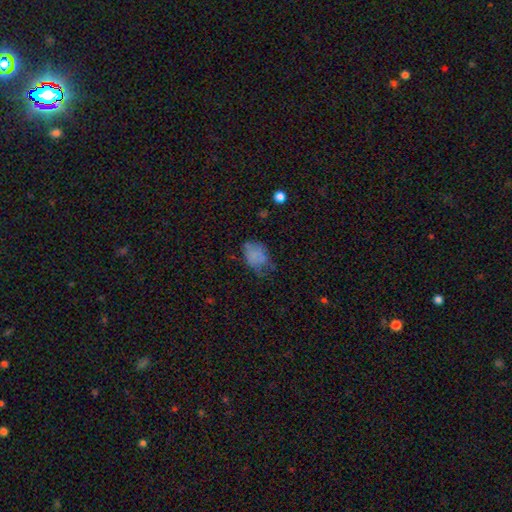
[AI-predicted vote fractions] Smooth or featured: smooth — 68% (featured or disk — 20%)
How rounded: in between — 75% (round — 24%)
Merging: none — 38% (minor disturbance — 35%)